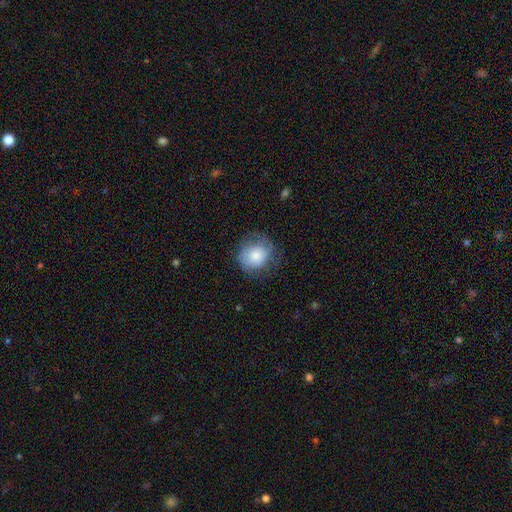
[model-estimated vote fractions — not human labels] smooth 75%, featured or disk 17%, star or artifact 7%. Down the decision tree: how rounded — round (77%); merging — none (66%).